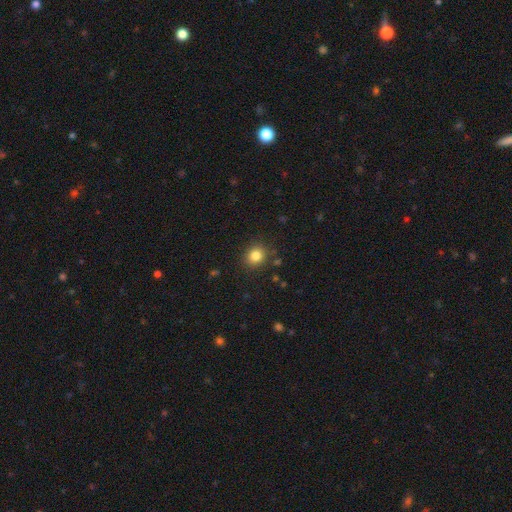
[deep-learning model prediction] Morphology: type=smooth (83%); roundness=round (78%); merging=none (86%).